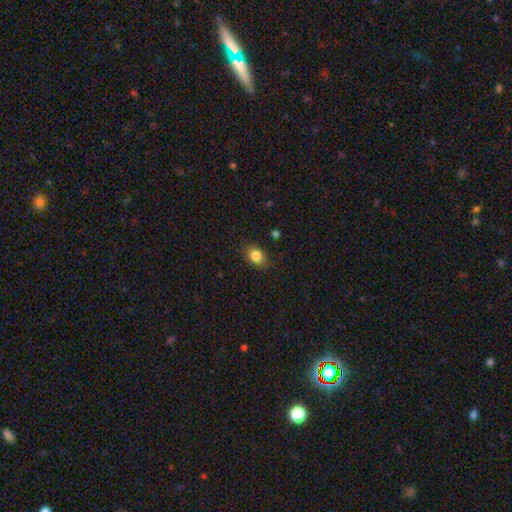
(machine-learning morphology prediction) A smooth galaxy with no disk features (84%) that is in between round and cigar-shaped (64%).

Vote fractions:
- Smooth or featured? smooth: 84% / star or artifact: 10% / featured or disk: 7%
- How rounded? in between: 64% / round: 35% / cigar-shaped: 1%
- Merging? none: 83% / minor disturbance: 13% / major disturbance: 3% / merger: 1%